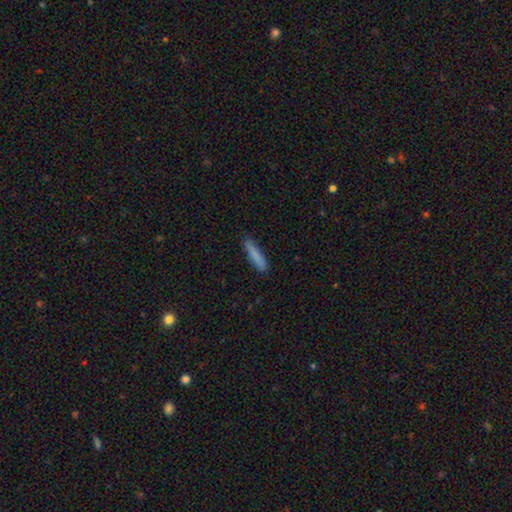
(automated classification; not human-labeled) Smooth or featured?
  - smooth: 83% *
  - featured or disk: 11%
  - star or artifact: 6%
How rounded?
  - cigar-shaped: 89% *
  - in between: 10%
  - round: 1%
Merging?
  - none: 86% *
  - minor disturbance: 11%
  - major disturbance: 2%
  - merger: 1%